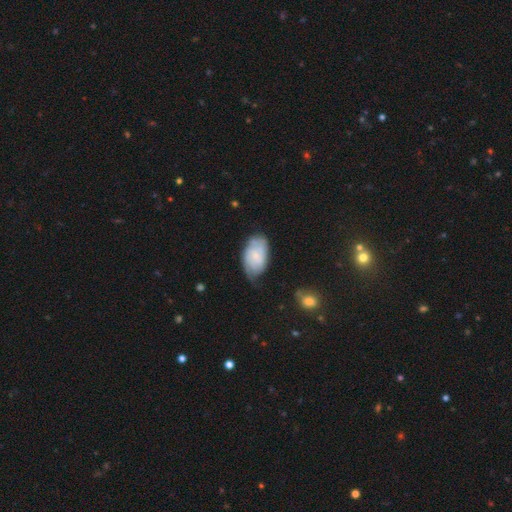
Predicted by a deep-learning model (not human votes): A featured or disk galaxy (47%, tied with smooth).

Vote fractions:
- Smooth or featured? featured or disk: 47% (tied) / smooth: 47% (tied) / star or artifact: 7%
- Merging? none: 53% / minor disturbance: 34% / major disturbance: 10% / merger: 3%